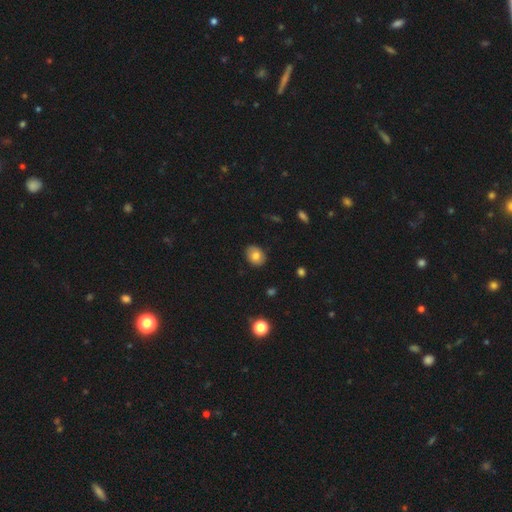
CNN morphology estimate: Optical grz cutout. It shows a smooth galaxy with no disk features (78%) that is in between round and cigar-shaped (60%). Merging: none (87%).